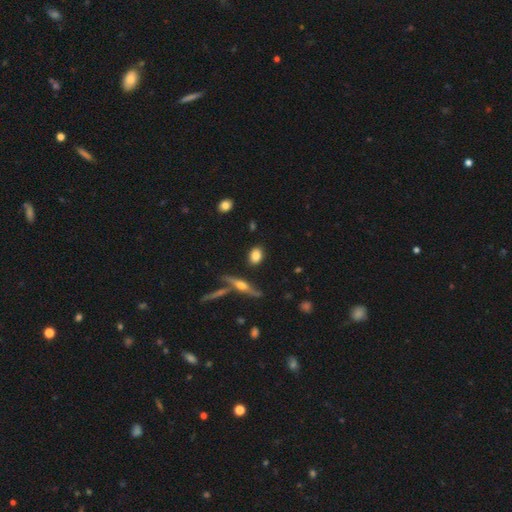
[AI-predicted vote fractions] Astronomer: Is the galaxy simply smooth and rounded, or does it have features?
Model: smooth — 79%.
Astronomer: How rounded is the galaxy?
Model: in between — 72%.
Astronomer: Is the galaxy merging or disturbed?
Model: none — 83%.